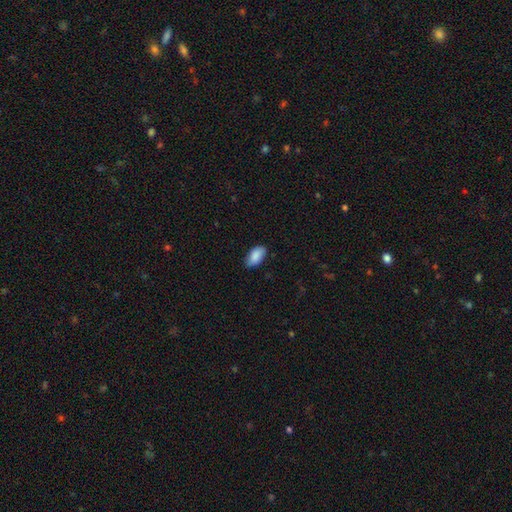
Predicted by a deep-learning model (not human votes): smooth-or-featured: smooth: 87% | featured or disk: 7% | star or artifact: 6%
  how-rounded: in between: 94% | round: 3% | cigar-shaped: 3%
  merging: none: 81% | minor disturbance: 15% | major disturbance: 3% | merger: 1%